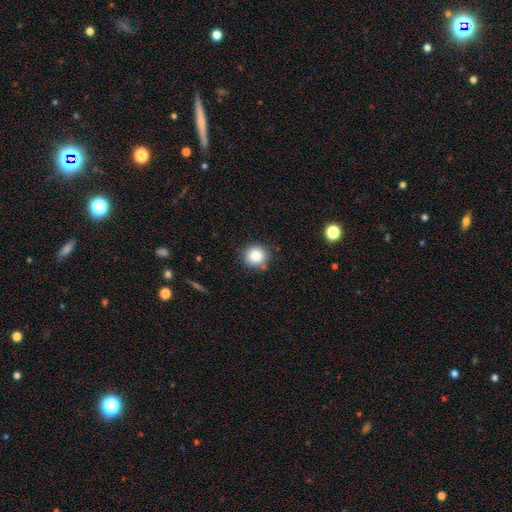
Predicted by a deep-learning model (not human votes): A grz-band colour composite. It shows a smooth galaxy with no disk features (85%) that is round (93%). Merging: none (84%).